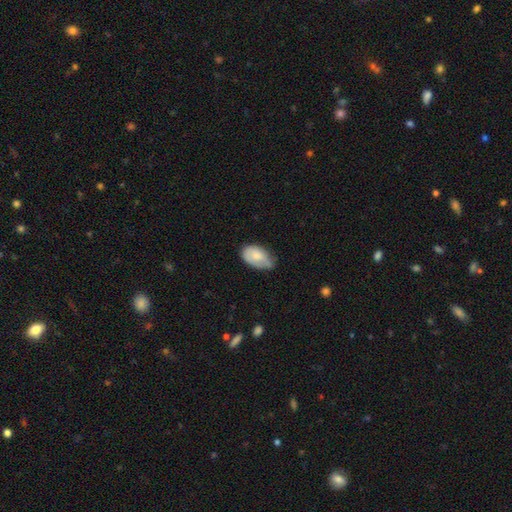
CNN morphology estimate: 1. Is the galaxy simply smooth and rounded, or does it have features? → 74% smooth, 20% featured or disk, 6% star or artifact.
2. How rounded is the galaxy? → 92% in between, 6% round, 1% cigar-shaped.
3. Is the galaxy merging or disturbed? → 45% none, 43% minor disturbance, 10% major disturbance, 2% merger.